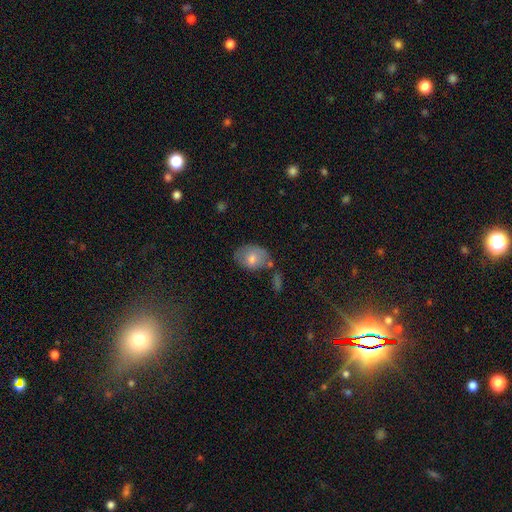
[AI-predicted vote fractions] Smooth or featured: smooth — 61% (featured or disk — 26%)
How rounded: in between — 65% (round — 33%)
Merging: none — 63% (minor disturbance — 20%)